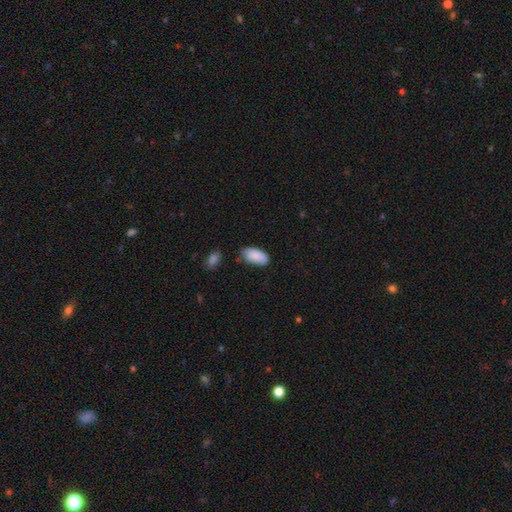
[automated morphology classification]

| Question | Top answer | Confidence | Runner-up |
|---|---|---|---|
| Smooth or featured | smooth | 88% | star or artifact (6%) |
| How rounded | in between | 94% | cigar-shaped (4%) |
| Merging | none | 66% | minor disturbance (25%) |